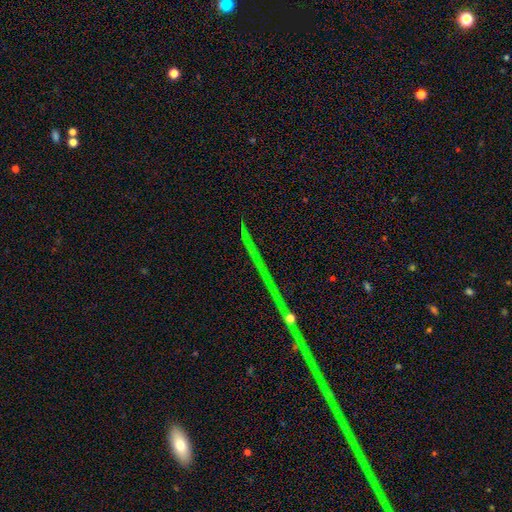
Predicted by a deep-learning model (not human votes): Q: Smooth or featured?
A: star or artifact (79%); runner-up: featured or disk (12%)